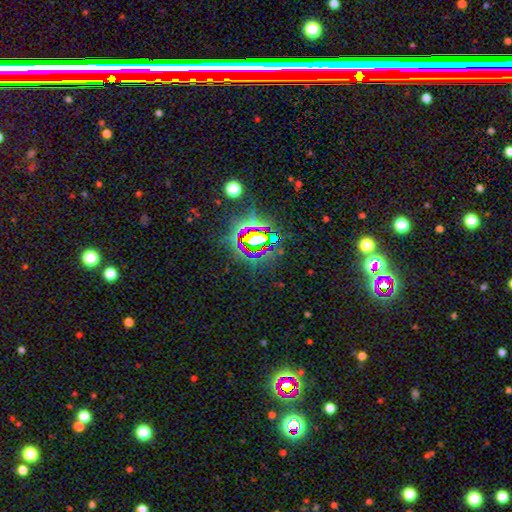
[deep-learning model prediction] smooth_or_featured: star or artifact (p=0.77) [alt: smooth p=0.12]